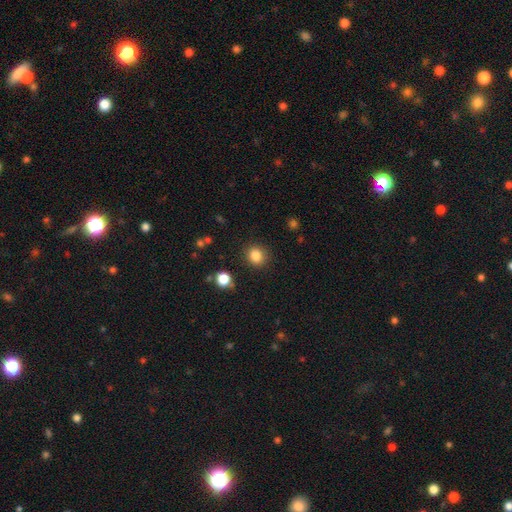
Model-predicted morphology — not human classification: type=smooth (84%); roundness=round (82%); merging=none (87%).